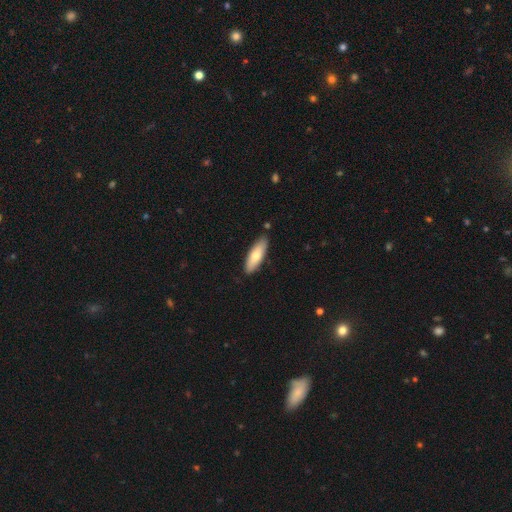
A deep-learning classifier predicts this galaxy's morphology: This appears to be a smooth galaxy with no disk features (73%) that is in between round and cigar-shaped (51%). Merging: none (86%).